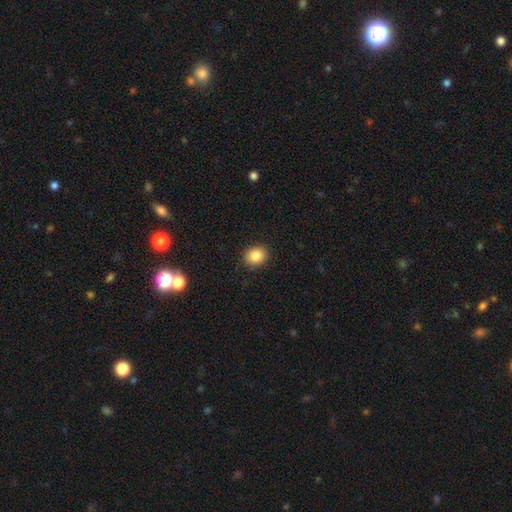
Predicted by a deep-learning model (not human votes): smooth 86%, star or artifact 9%, featured or disk 5%. Down the decision tree: how rounded — round (66%); merging — none (90%).